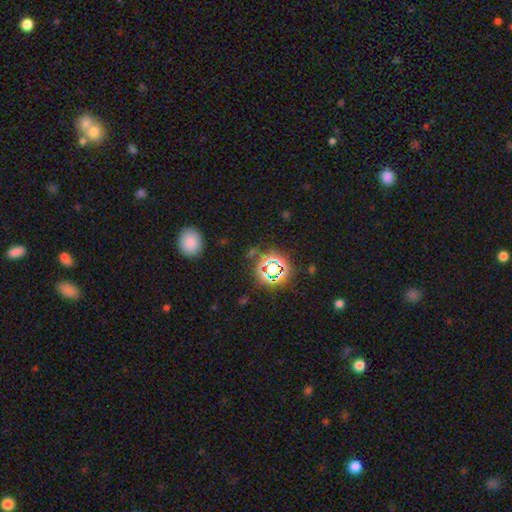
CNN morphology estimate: The model was most divided on "smooth or featured": star or artifact: 64%, smooth: 27%, featured or disk: 9%.